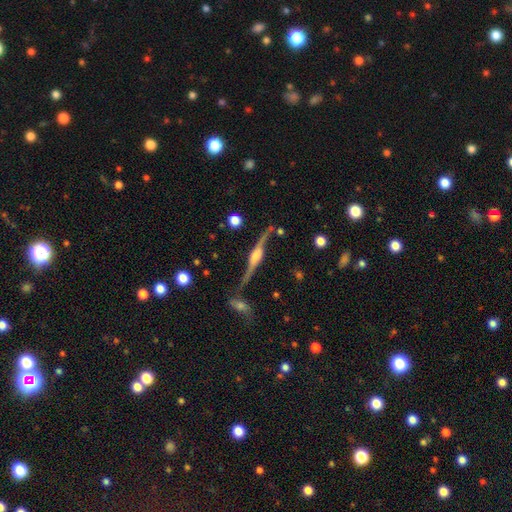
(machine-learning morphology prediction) A featured or disk galaxy (86%) viewed edge-on (87%) with a rounded central bulge (79%). Merging: none (69%).